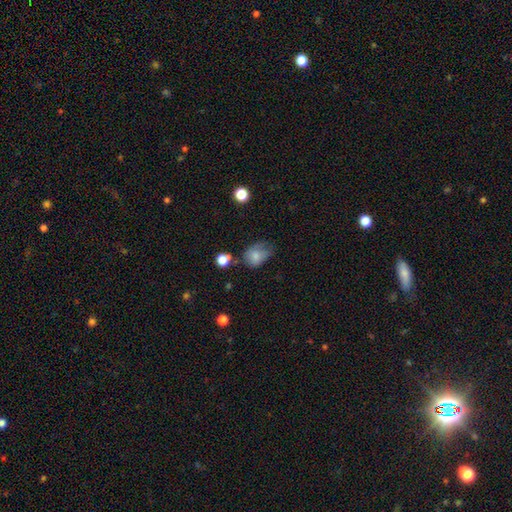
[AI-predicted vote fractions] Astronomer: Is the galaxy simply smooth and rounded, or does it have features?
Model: smooth — 76%.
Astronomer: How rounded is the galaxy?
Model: in between — 60% (runner-up: round, 39%).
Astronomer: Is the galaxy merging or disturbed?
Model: minor disturbance — 37% (runner-up: none, 36%).